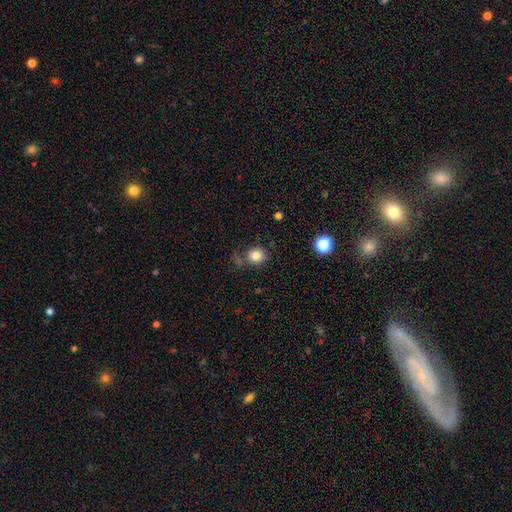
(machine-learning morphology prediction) This is clearly a smooth galaxy (84%). How rounded: clearly round (86%). Merging: likely none (75%).